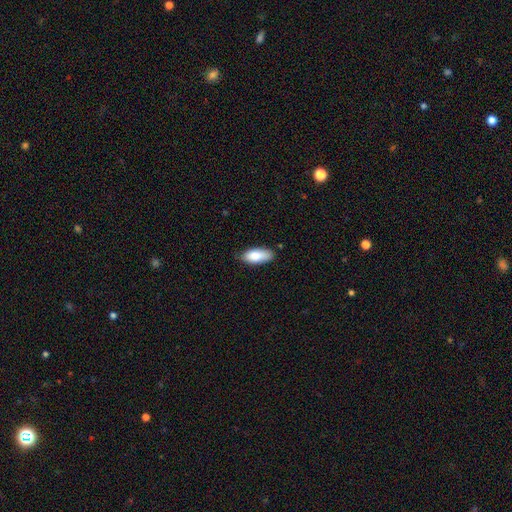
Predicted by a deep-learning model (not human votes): The model was most divided on "merging": none: 74%, minor disturbance: 21%, major disturbance: 3%, merger: 2%. More confident: smooth or featured — smooth (87%); how rounded — in between (84%).